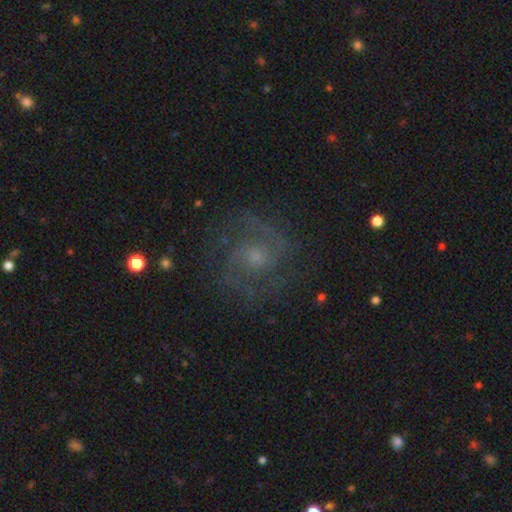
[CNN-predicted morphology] type=featured or disk (79%); edge-on=no (98%); bar=no (59%); spiral arms=yes (95%); winding=medium (52%); arm count=2 (73%); bulge=small (46%); merging=none (79%).